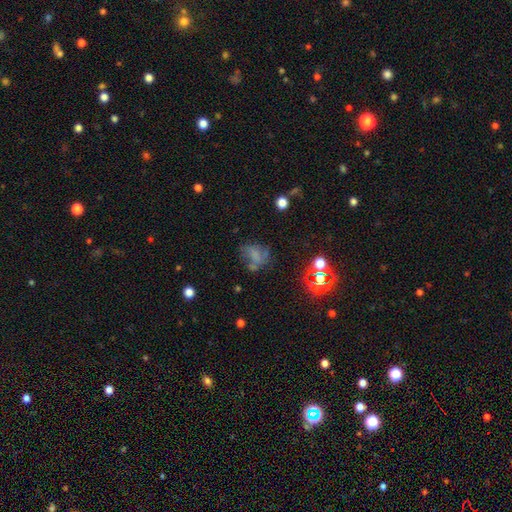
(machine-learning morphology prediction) The model was most divided on "merging": none: 40%, major disturbance: 28%, minor disturbance: 23%, merger: 10%. Remaining: smooth or featured — smooth (45%).